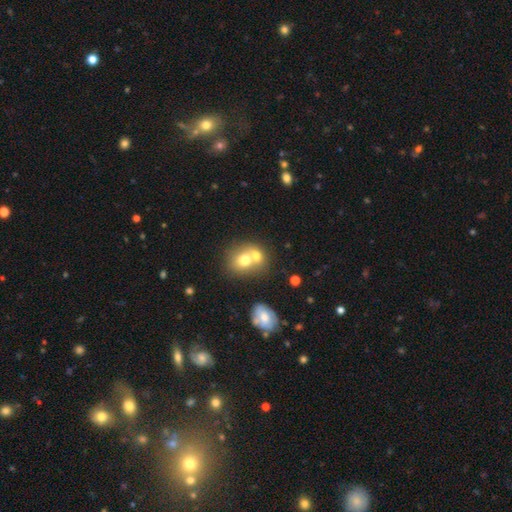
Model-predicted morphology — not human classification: smooth_or_featured: smooth (p=0.69) [alt: featured or disk p=0.21]
how_rounded: round (p=0.63) [alt: in between p=0.36]
merging: merger (p=0.65) [alt: none p=0.26]